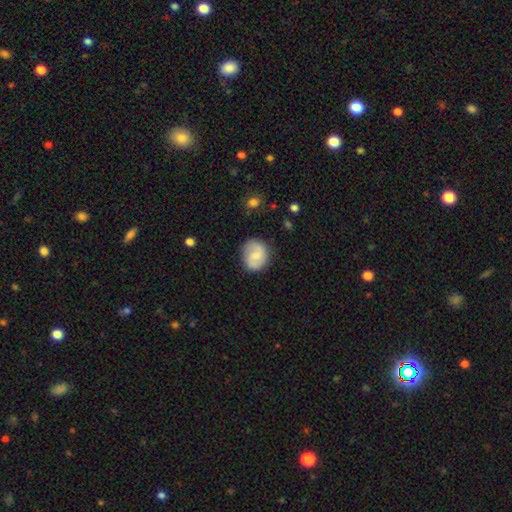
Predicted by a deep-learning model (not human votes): Overall: featured or disk (51%; smooth 42%). Edge-on disk: no (98%). Bar: weak (51%; no 39%). Spiral arms: yes (86%). Bulge size: small (49%; moderate 39%). Merging: none (78%).